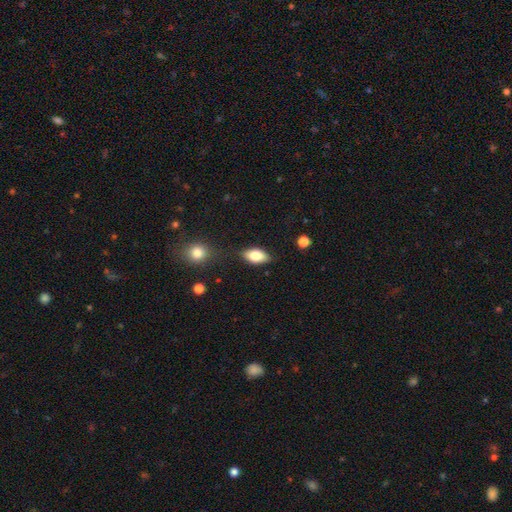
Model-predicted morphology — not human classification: Smooth or featured? Predicted: smooth (p=0.79). How rounded? Predicted: in between (p=0.91). Merging? Predicted: none (p=0.81).